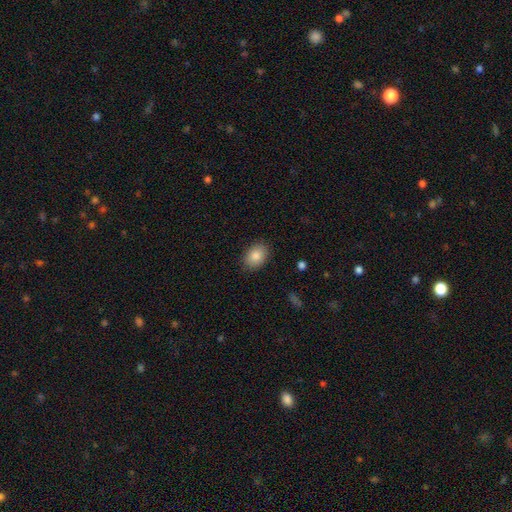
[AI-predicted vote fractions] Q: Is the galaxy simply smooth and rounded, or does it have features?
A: smooth — 85%.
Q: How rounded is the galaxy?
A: in between — 76%.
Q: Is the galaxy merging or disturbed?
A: none — 87%.